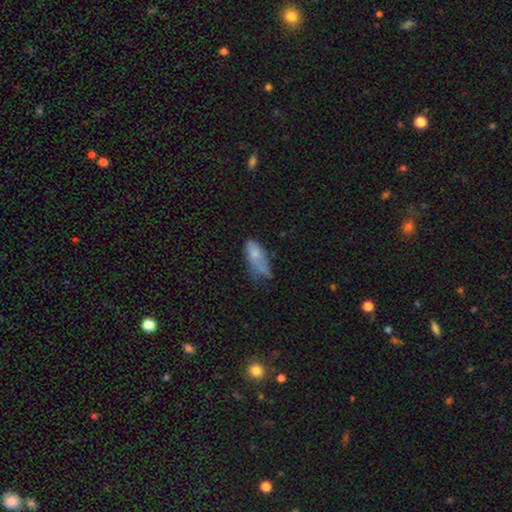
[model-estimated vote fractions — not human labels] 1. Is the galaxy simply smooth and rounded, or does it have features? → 71% smooth, 19% featured or disk, 10% star or artifact.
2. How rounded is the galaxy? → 79% in between, 18% cigar-shaped, 3% round.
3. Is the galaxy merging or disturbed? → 38% minor disturbance, 31% none, 24% major disturbance, 7% merger.